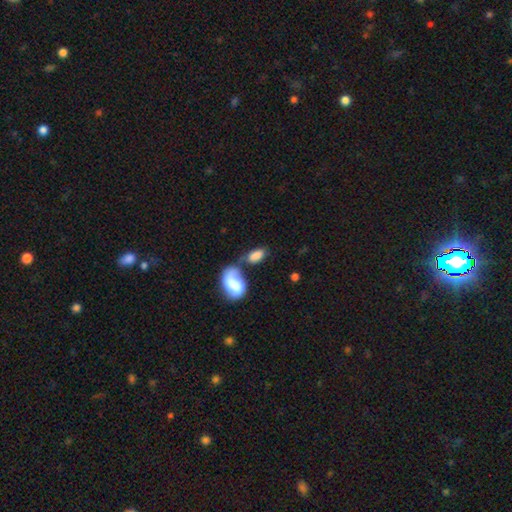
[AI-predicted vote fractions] This appears to be a smooth galaxy with no disk features (83%) that is in between round and cigar-shaped (91%). Merging: merger (46%).